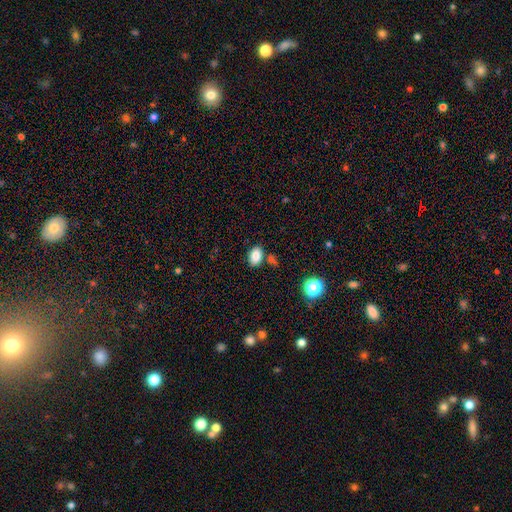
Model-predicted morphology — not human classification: The model was most divided on "merging": none: 76%, minor disturbance: 12%, merger: 9%, major disturbance: 3%. More confident: smooth or featured — smooth (84%); how rounded — in between (84%).